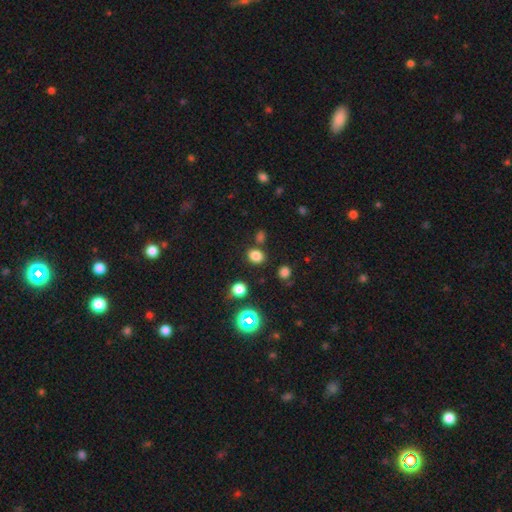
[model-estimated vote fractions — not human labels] Q: Smooth or featured?
A: smooth (78%); runner-up: star or artifact (17%)
Q: How rounded?
A: in between (51%); runner-up: round (48%)
Q: Merging?
A: none (79%); runner-up: minor disturbance (10%)